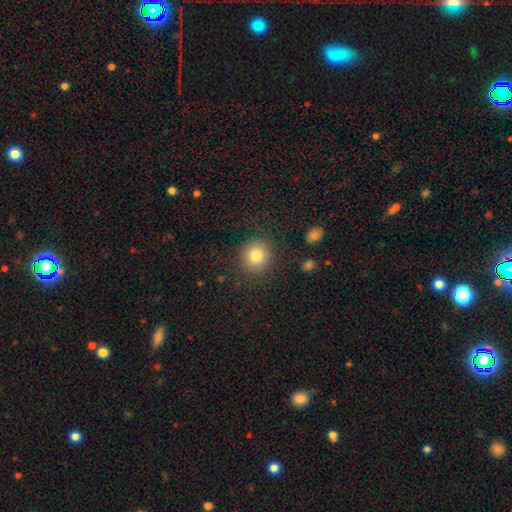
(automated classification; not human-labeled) Smooth or featured?
  - smooth: 81% *
  - star or artifact: 11%
  - featured or disk: 9%
How rounded?
  - round: 88% *
  - in between: 11%
  - cigar-shaped: 1%
Merging?
  - none: 88% *
  - minor disturbance: 8%
  - major disturbance: 3%
  - merger: 1%